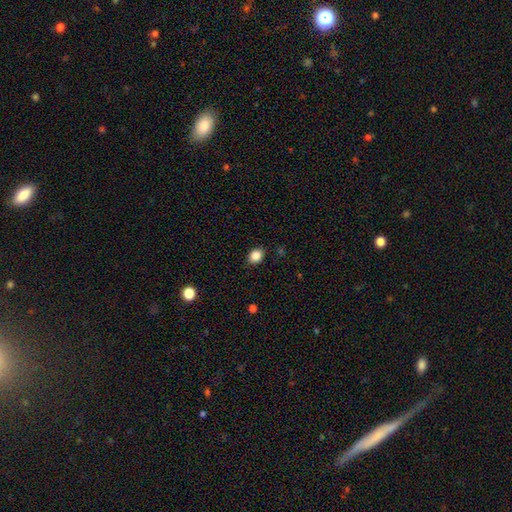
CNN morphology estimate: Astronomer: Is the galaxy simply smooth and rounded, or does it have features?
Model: smooth — 87%.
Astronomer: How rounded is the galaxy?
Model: in between — 53% (runner-up: round, 46%).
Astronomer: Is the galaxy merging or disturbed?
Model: none — 88%.